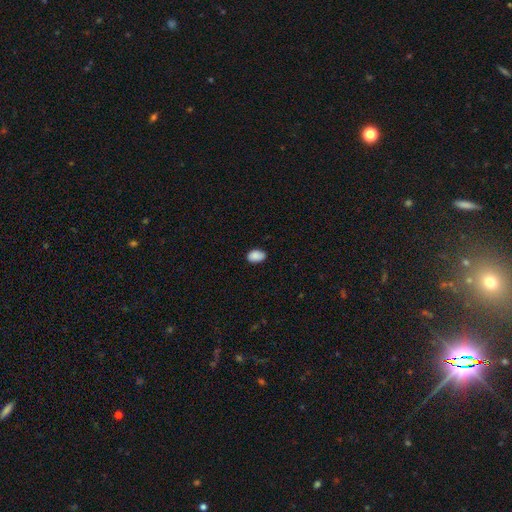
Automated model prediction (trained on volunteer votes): Smooth or featured?
  - smooth: 89% *
  - star or artifact: 7%
  - featured or disk: 4%
How rounded?
  - in between: 87% *
  - round: 12%
  - cigar-shaped: 1%
Merging?
  - none: 84% *
  - minor disturbance: 13%
  - major disturbance: 2%
  - merger: 1%